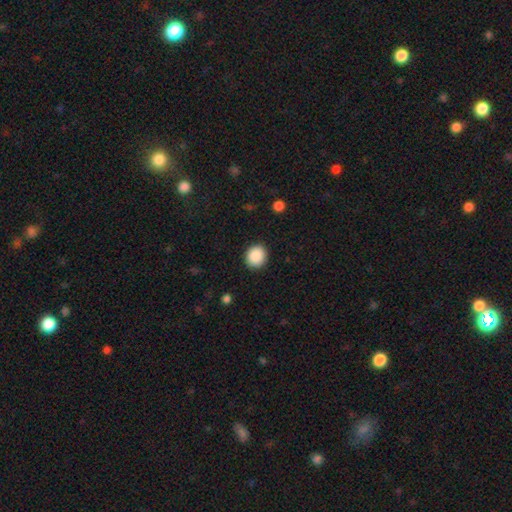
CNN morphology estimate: The model was most divided on "how rounded": round: 77%, in between: 22%, cigar-shaped: 1%. More confident: merging — none (90%); smooth or featured — smooth (89%).